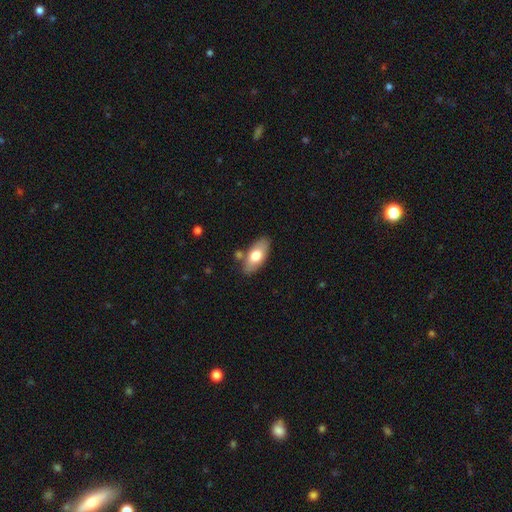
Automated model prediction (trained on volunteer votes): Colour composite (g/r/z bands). It shows a smooth galaxy with no disk features (69%) that is in between round and cigar-shaped (86%). Merging: none (79%).